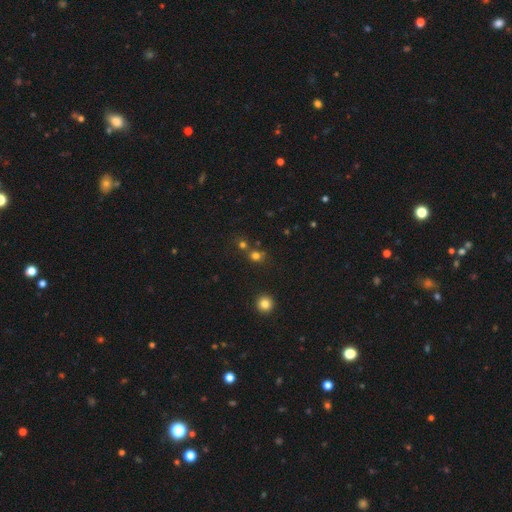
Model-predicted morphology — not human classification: A smooth galaxy with no disk features (72%) that is round (79%).

Vote fractions:
- Smooth or featured? smooth: 72% / star or artifact: 21% / featured or disk: 7%
- How rounded? round: 79% / in between: 20% / cigar-shaped: 1%
- Merging? none: 61% / merger: 27% / minor disturbance: 9% / major disturbance: 4%